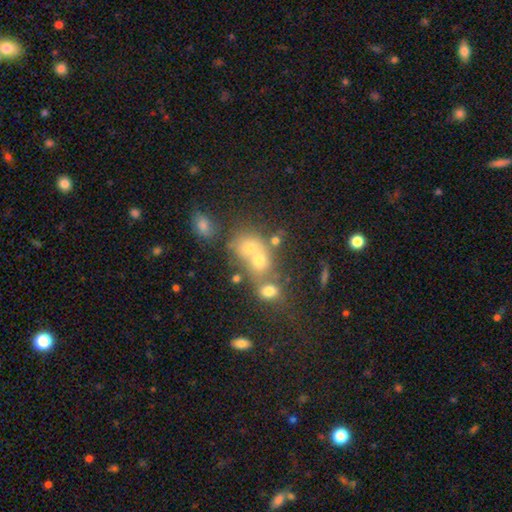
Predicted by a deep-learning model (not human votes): A smooth galaxy with no disk features (51%) that is round (65%).

Vote fractions:
- Smooth or featured? smooth: 51% / star or artifact: 27% / featured or disk: 22%
- How rounded? round: 65% / in between: 32% / cigar-shaped: 2%
- Merging? merger: 50% / none: 35% / minor disturbance: 9% / major disturbance: 6%